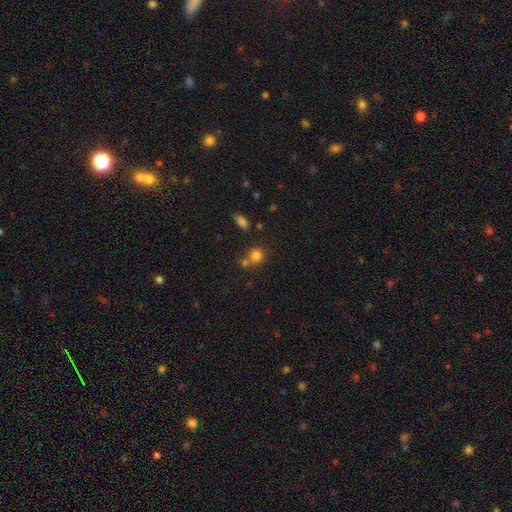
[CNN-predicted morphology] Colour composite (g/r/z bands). It shows a smooth galaxy with no disk features (80%) that is round (82%). Merging: none (56%).